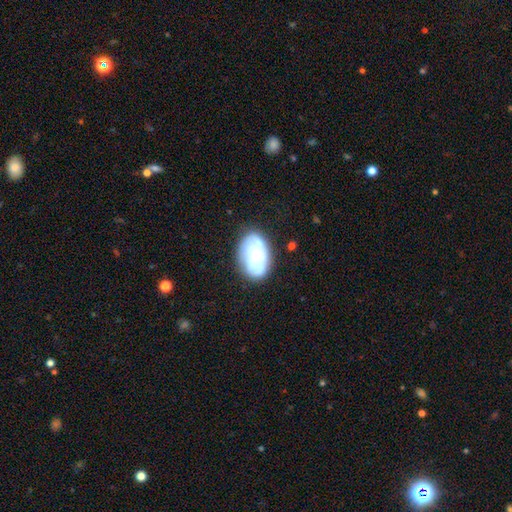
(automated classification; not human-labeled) The model was most divided on "spiral arms": no: 55%, yes: 45%. More confident: edge-on disk — no (95%); bar — no (86%); merging — none (71%); bulge size — moderate (58%); smooth or featured — featured or disk (55%).